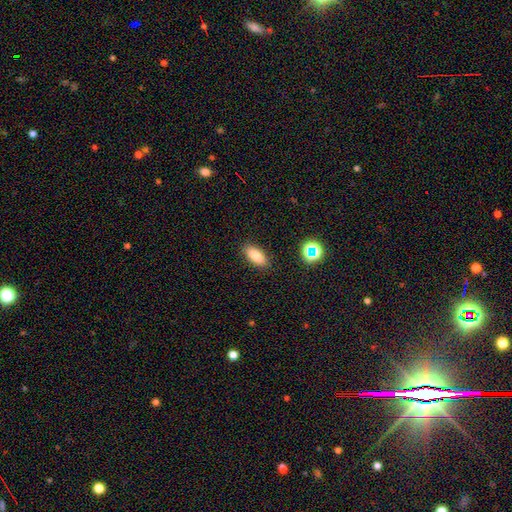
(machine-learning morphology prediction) Q: Smooth or featured?
A: smooth (84%); runner-up: star or artifact (10%)
Q: How rounded?
A: in between (85%); runner-up: cigar-shaped (12%)
Q: Merging?
A: none (88%); runner-up: minor disturbance (8%)